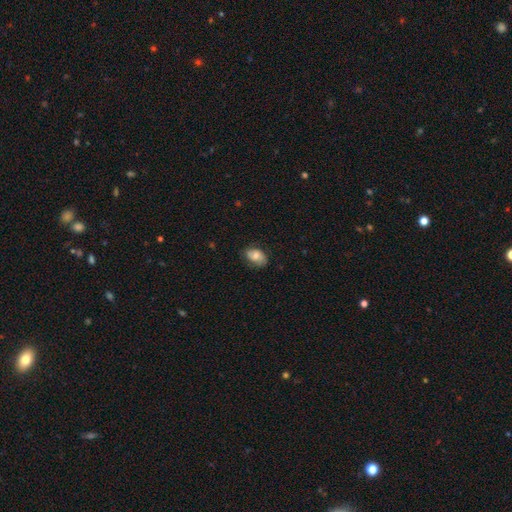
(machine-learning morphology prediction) Smooth or featured?
  - smooth: 61% *
  - featured or disk: 31%
  - star or artifact: 8%
How rounded?
  - in between: 82% *
  - round: 16%
  - cigar-shaped: 1%
Merging?
  - none: 70% *
  - minor disturbance: 23%
  - major disturbance: 6%
  - merger: 1%